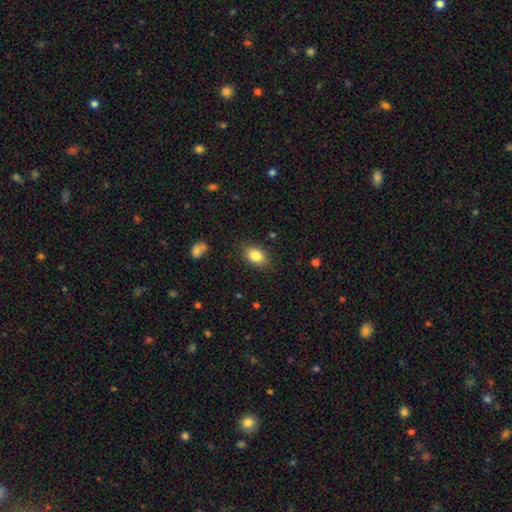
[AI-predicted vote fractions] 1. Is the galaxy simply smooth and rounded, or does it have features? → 84% smooth, 8% star or artifact, 8% featured or disk.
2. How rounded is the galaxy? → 81% in between, 17% round, 1% cigar-shaped.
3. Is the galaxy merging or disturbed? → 84% none, 12% minor disturbance, 3% major disturbance, 1% merger.